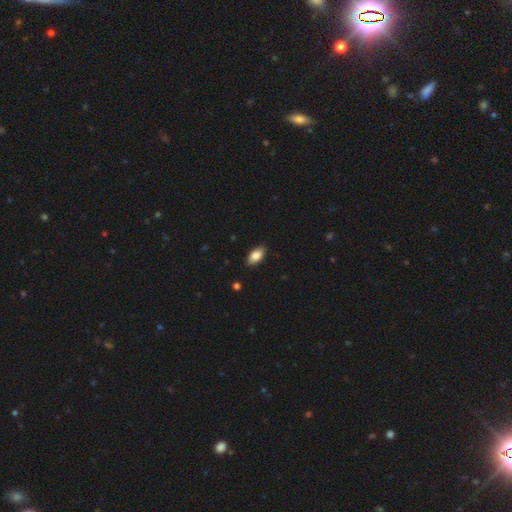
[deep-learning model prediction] This appears to be a smooth galaxy with no disk features (85%) that is in between round and cigar-shaped (92%). Merging: none (87%).